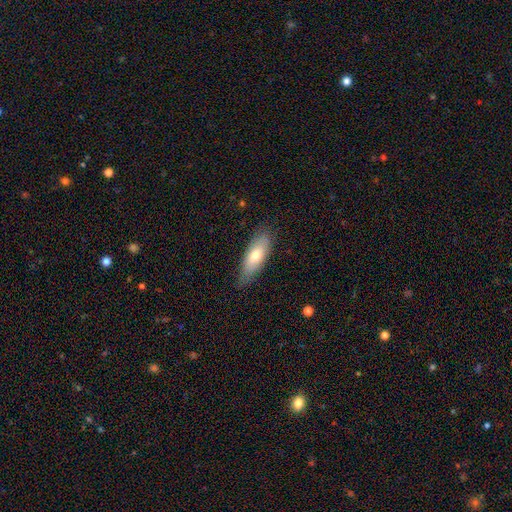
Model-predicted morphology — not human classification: type=smooth (71%); roundness=in between (70%); merging=none (78%).